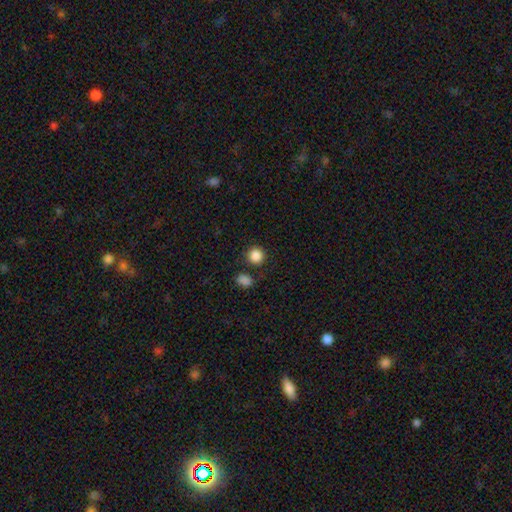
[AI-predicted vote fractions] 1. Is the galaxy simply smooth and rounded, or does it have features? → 86% smooth, 11% star or artifact, 3% featured or disk.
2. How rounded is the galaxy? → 93% round, 6% in between, 1% cigar-shaped.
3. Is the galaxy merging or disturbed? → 83% none, 8% minor disturbance, 6% merger, 3% major disturbance.